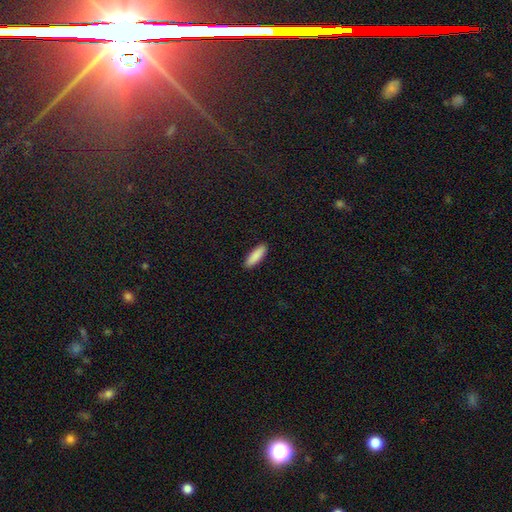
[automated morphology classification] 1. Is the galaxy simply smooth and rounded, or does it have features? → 90% smooth, 6% star or artifact, 4% featured or disk.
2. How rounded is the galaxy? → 50% cigar-shaped, 49% in between, 2% round.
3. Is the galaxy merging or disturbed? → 91% none, 7% minor disturbance, 2% major disturbance, 1% merger.